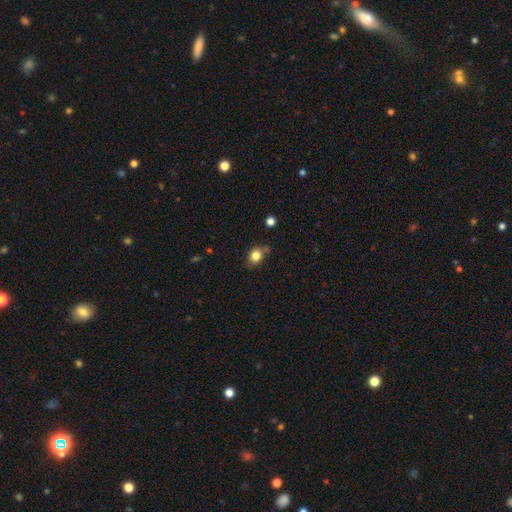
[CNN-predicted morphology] smooth-or-featured: smooth: 82% | star or artifact: 11% | featured or disk: 7%
  how-rounded: round: 56% | in between: 43% | cigar-shaped: 1%
  merging: none: 69% | minor disturbance: 19% | merger: 7% | major disturbance: 5%